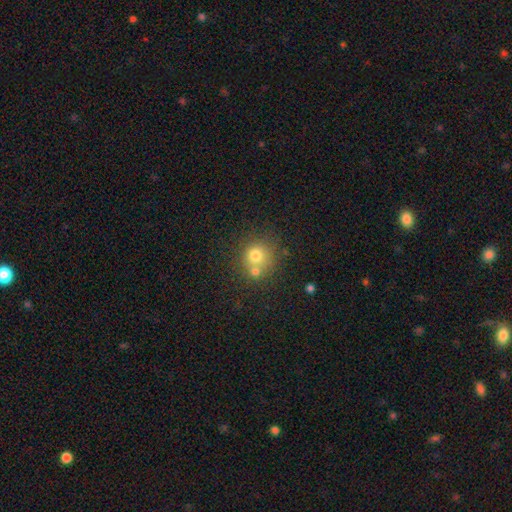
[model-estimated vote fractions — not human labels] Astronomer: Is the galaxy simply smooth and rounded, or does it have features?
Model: smooth — 74%.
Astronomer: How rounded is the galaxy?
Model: round — 89%.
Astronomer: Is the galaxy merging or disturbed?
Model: none — 55% (runner-up: merger, 31%).